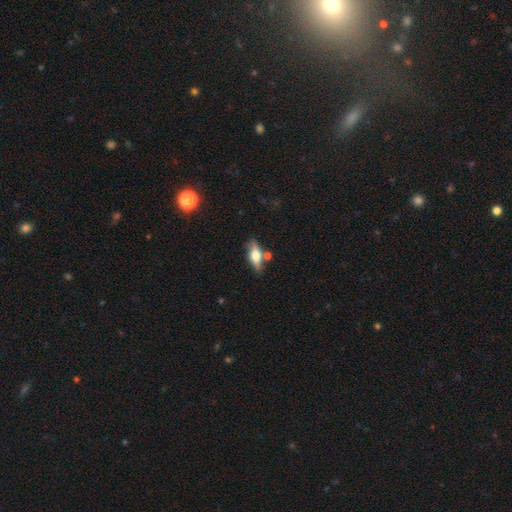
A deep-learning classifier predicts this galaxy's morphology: Smooth or featured?
  - smooth: 47% *
  - featured or disk: 46%
  - star or artifact: 7%
Merging?
  - none: 69% *
  - minor disturbance: 16%
  - merger: 11%
  - major disturbance: 5%